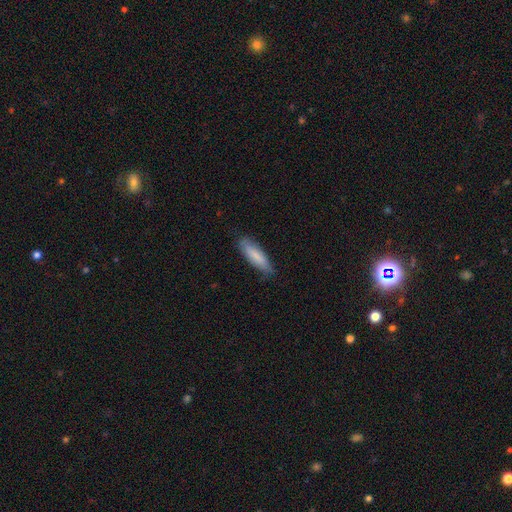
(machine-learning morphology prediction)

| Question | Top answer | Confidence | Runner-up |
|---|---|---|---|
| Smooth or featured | smooth | 80% | featured or disk (15%) |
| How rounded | cigar-shaped | 58% | in between (41%) |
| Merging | none | 75% | minor disturbance (20%) |